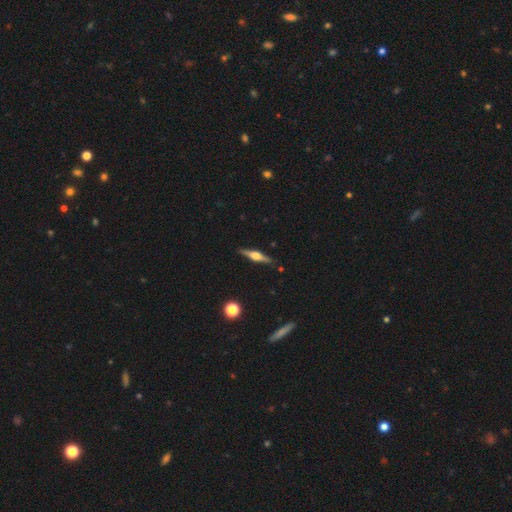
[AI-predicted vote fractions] Smooth or featured? featured or disk (71%)
Edge-on disk? yes (97%)
Edge-on bulge? rounded (91%)
Merging? none (88%)